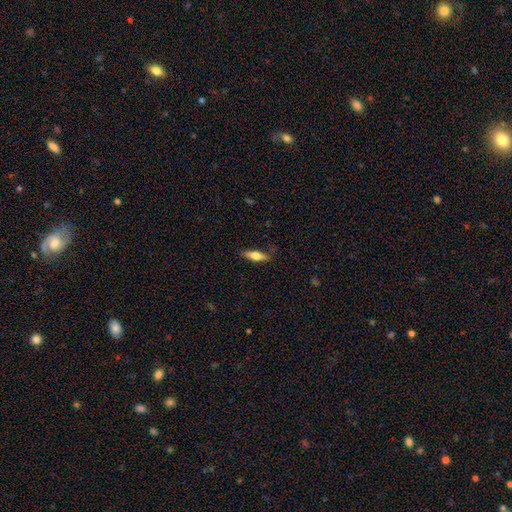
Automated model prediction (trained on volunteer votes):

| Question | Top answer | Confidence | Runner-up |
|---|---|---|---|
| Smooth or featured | smooth | 51% | featured or disk (42%) |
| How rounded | cigar-shaped | 65% | in between (33%) |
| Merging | none | 84% | minor disturbance (12%) |